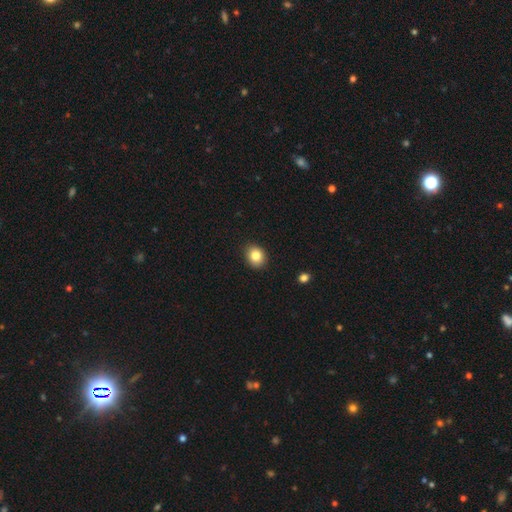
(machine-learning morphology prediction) Smooth or featured: smooth — 83% (star or artifact — 10%)
How rounded: round — 60% (in between — 39%)
Merging: none — 89% (minor disturbance — 8%)